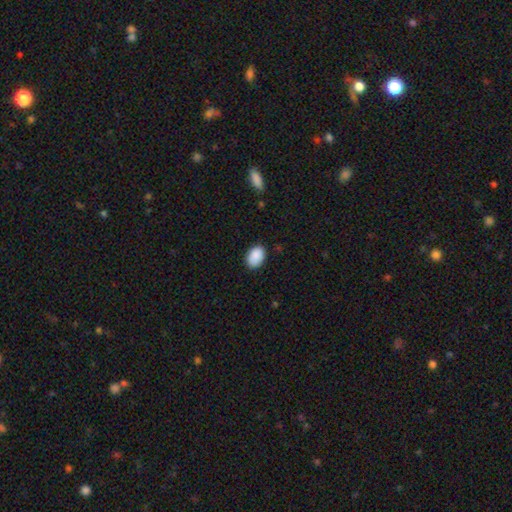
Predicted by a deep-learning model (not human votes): Smooth or featured?
  - smooth: 90% *
  - star or artifact: 7%
  - featured or disk: 3%
How rounded?
  - in between: 86% *
  - round: 13%
  - cigar-shaped: 1%
Merging?
  - none: 85% *
  - minor disturbance: 12%
  - major disturbance: 2%
  - merger: 1%